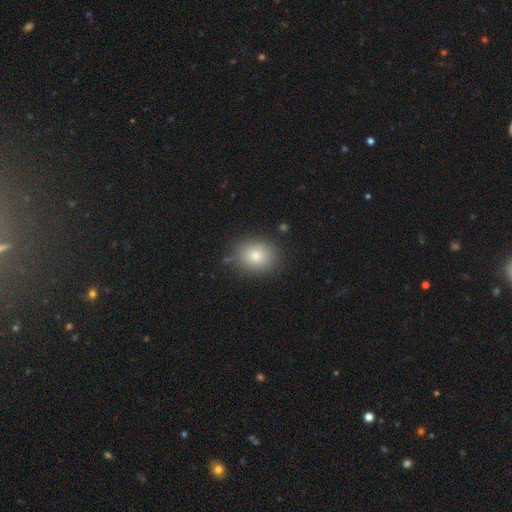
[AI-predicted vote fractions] A smooth galaxy with no disk features (81%) that is round (62%). Merging: none (80%).